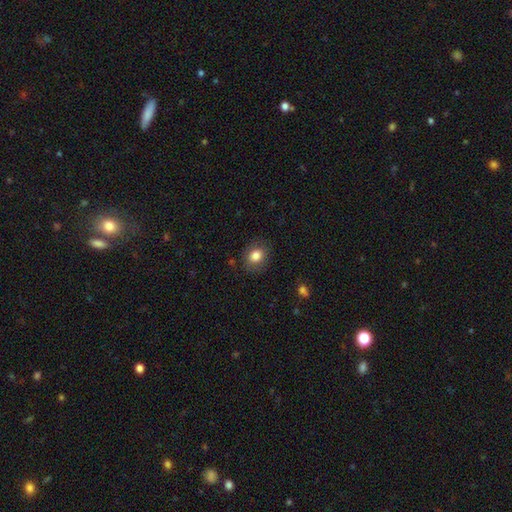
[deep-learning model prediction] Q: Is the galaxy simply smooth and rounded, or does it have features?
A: smooth — 81%.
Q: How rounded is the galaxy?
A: round — 53%.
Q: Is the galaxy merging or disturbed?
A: none — 84%.